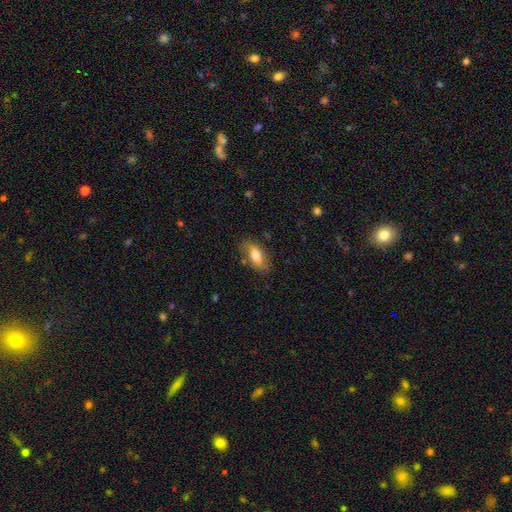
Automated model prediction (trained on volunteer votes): smooth-or-featured: smooth: 61% | featured or disk: 32% | star or artifact: 7%
  how-rounded: in between: 84% | cigar-shaped: 11% | round: 5%
  merging: none: 74% | minor disturbance: 18% | major disturbance: 5% | merger: 2%